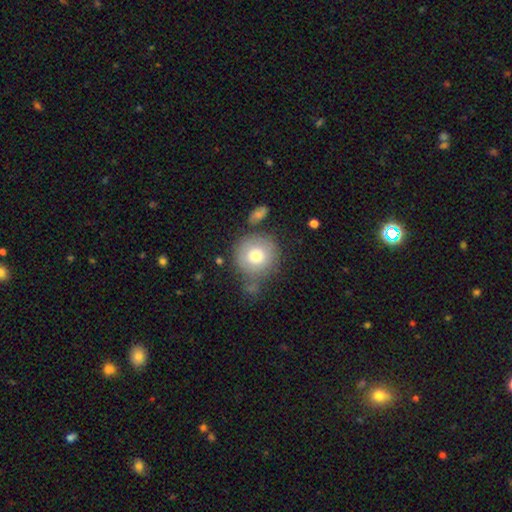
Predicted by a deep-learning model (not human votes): smooth 74%, featured or disk 17%, star or artifact 8%. Down the decision tree: how rounded — round (92%); merging — none (62%).